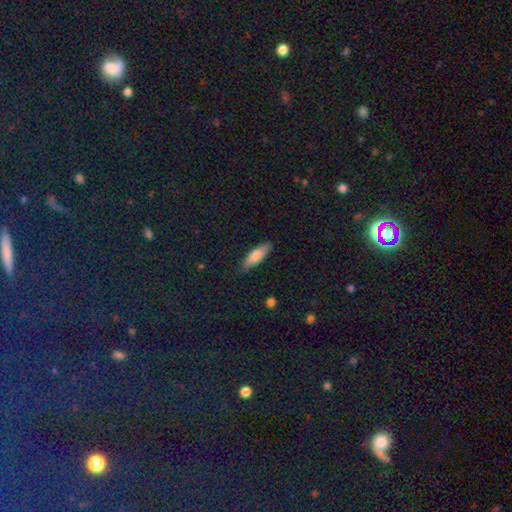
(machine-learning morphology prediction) Q: Smooth or featured?
A: smooth (80%); runner-up: featured or disk (14%)
Q: How rounded?
A: in between (52%); runner-up: cigar-shaped (46%)
Q: Merging?
A: none (82%); runner-up: minor disturbance (14%)